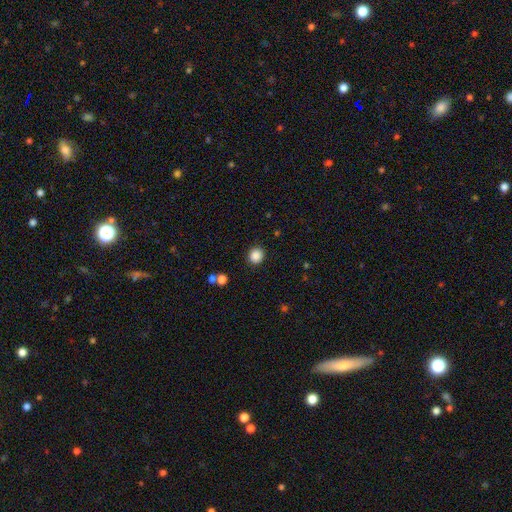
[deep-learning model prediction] The model was most divided on "how rounded": round: 86%, in between: 14%, cigar-shaped: 1%. More confident: merging — none (90%); smooth or featured — smooth (87%).